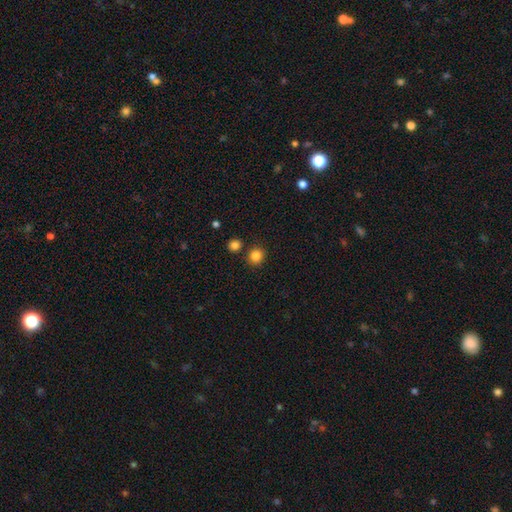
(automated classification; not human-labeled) smooth 84%, star or artifact 12%, featured or disk 4%. Down the decision tree: how rounded — round (89%); merging — none (84%).